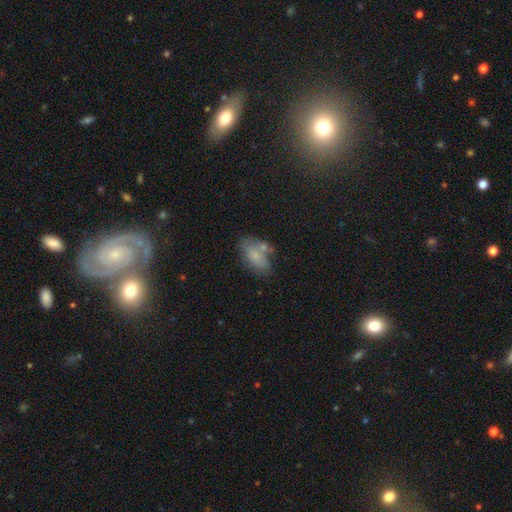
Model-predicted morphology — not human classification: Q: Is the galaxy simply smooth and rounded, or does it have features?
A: smooth — 70%.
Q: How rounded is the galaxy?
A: in between — 90%.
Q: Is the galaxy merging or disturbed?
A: none — 48%.